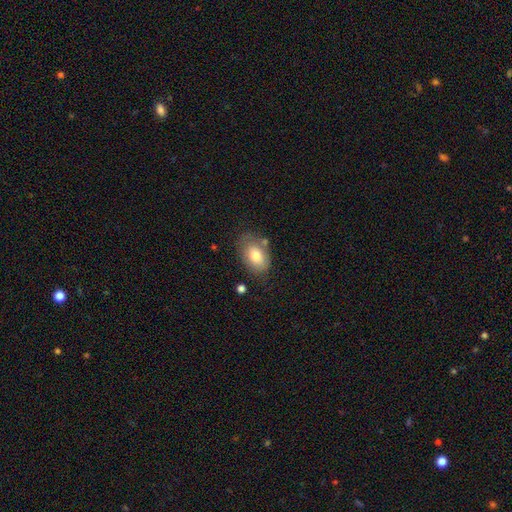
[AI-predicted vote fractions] Smooth or featured? smooth (76%)
How rounded? in between (88%)
Merging? none (65%)